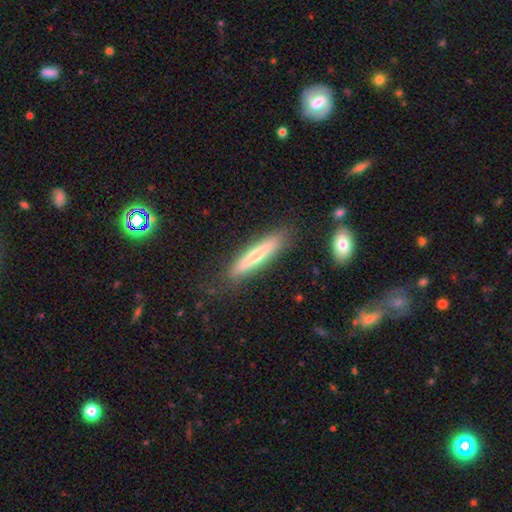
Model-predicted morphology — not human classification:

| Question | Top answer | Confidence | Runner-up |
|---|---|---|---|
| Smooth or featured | smooth | 57% | featured or disk (37%) |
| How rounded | cigar-shaped | 90% | in between (9%) |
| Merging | none | 83% | minor disturbance (12%) |